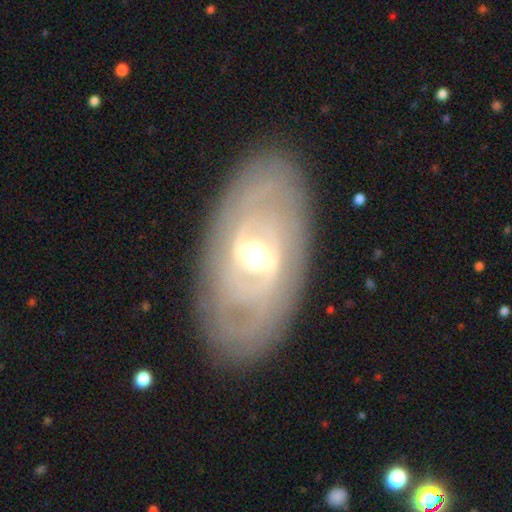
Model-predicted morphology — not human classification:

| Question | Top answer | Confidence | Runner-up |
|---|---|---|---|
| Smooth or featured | featured or disk | 81% | smooth (14%) |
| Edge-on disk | no | 90% | yes (10%) |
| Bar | weak | 39% | strong (38%) |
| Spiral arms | yes | 61% | no (39%) |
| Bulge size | moderate | 69% | small (19%) |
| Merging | none | 81% | minor disturbance (12%) |